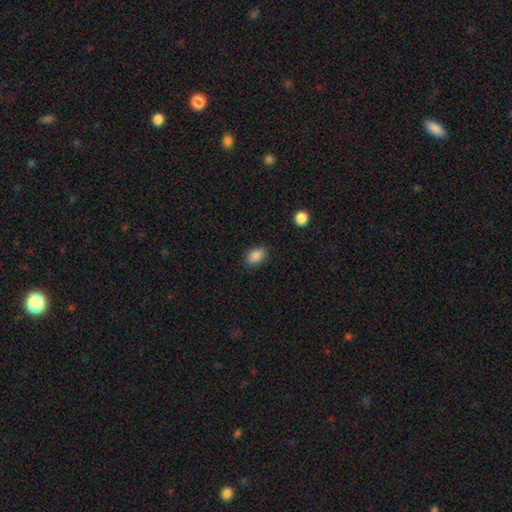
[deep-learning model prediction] Morphology: type=smooth (89%); roundness=in between (88%); merging=none (87%).